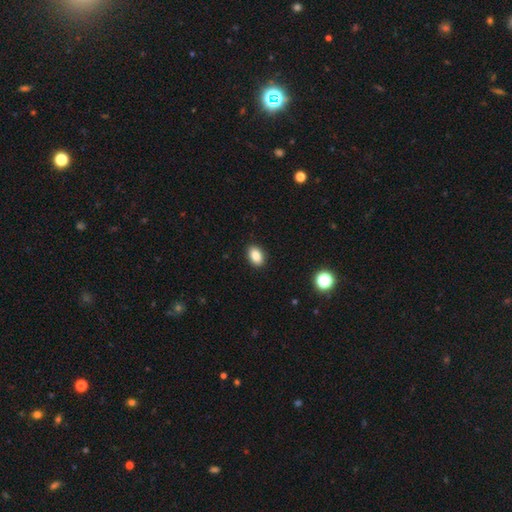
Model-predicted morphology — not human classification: This appears to be a smooth galaxy with no disk features (86%) that is in between round and cigar-shaped (84%). Merging: none (91%).